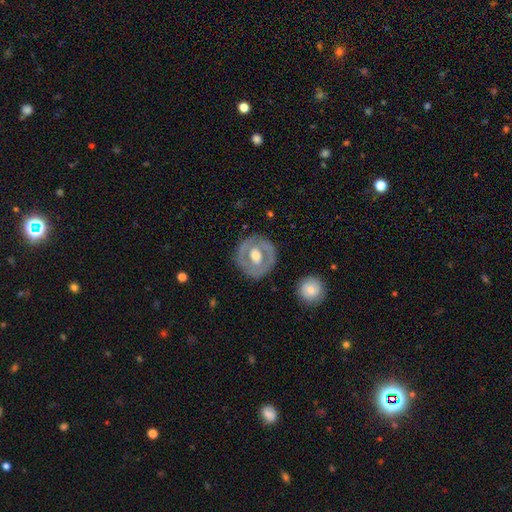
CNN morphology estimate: Smooth or featured: featured or disk — 67% (smooth — 28%)
Edge-on disk: no — 96% (yes — 4%)
Bar: no — 47% (weak — 35%)
Spiral arms: no — 59% (yes — 41%)
Bulge size: moderate — 68% (large — 20%)
Merging: none — 82% (minor disturbance — 11%)